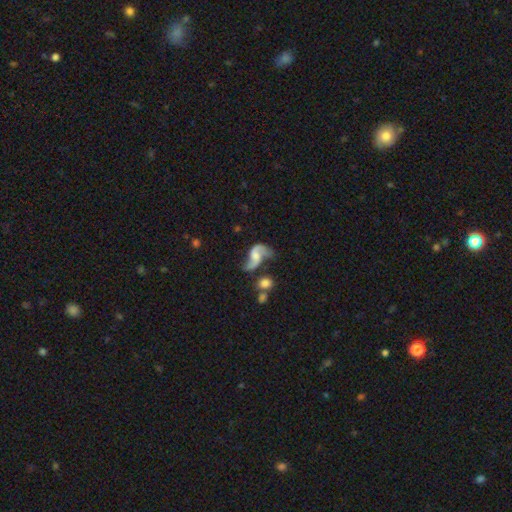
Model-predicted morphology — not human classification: A featured or disk galaxy (83%) with no bar (52%), 2 (91%) loose (80%) spiral arms (94%) and a moderate central bulge (35%). Merging: none (50%).